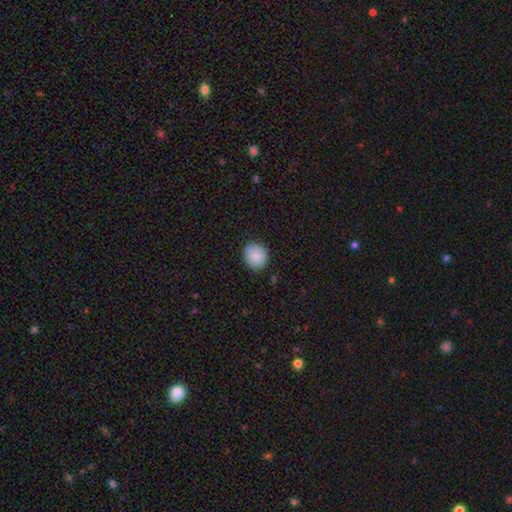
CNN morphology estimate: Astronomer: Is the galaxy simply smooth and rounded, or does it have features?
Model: smooth — 87%.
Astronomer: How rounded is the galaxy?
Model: round — 80%.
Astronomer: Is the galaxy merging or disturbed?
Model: none — 88%.